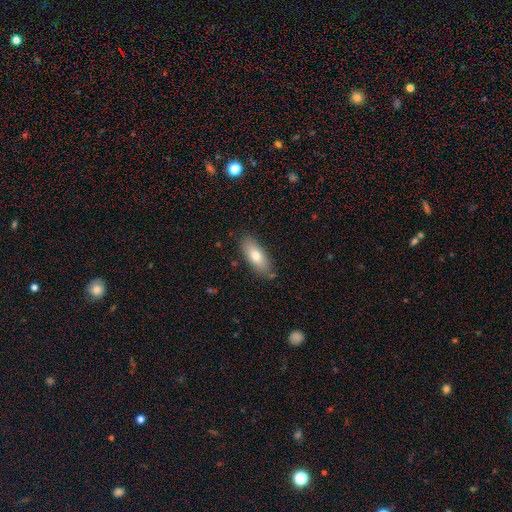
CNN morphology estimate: The model was most divided on "smooth or featured": smooth: 75%, featured or disk: 18%, star or artifact: 7%. More confident: merging — none (81%); how rounded — in between (77%).